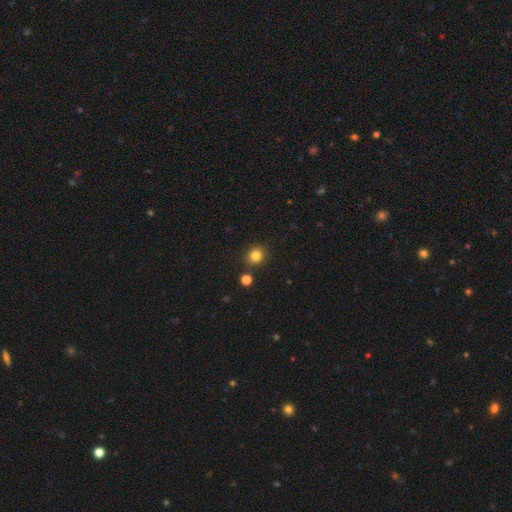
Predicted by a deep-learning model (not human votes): Smooth or featured? Predicted: smooth (p=0.82). How rounded? Predicted: round (p=0.79). Merging? Predicted: none (p=0.83).